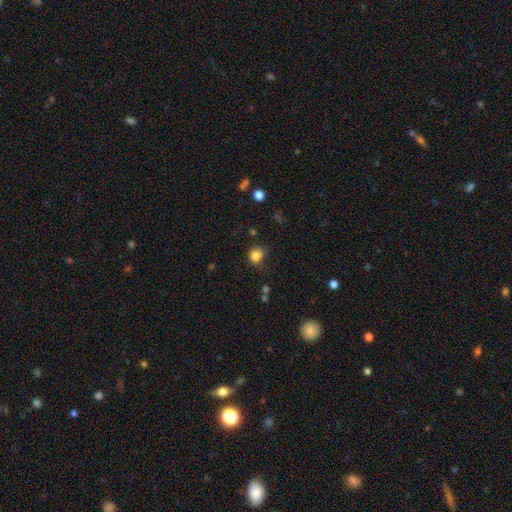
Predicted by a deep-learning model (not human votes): A smooth galaxy with no disk features (82%) that is round (79%). Merging: none (65%).